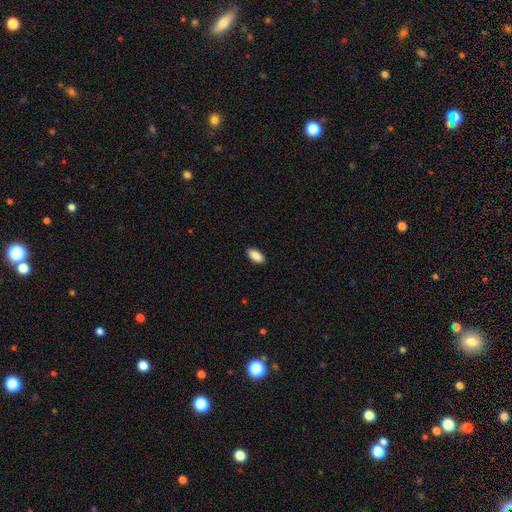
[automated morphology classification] Overall: smooth (90%). How rounded: in between (92%). Merging: none (90%).